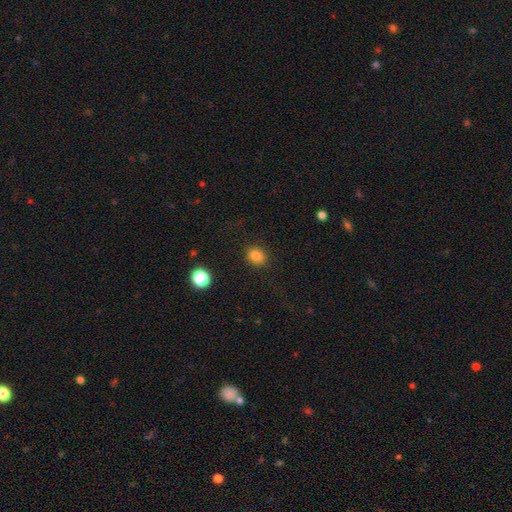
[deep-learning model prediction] Smooth or featured? Predicted: smooth (p=0.83). How rounded? Predicted: round (p=0.62). Merging? Predicted: none (p=0.88).